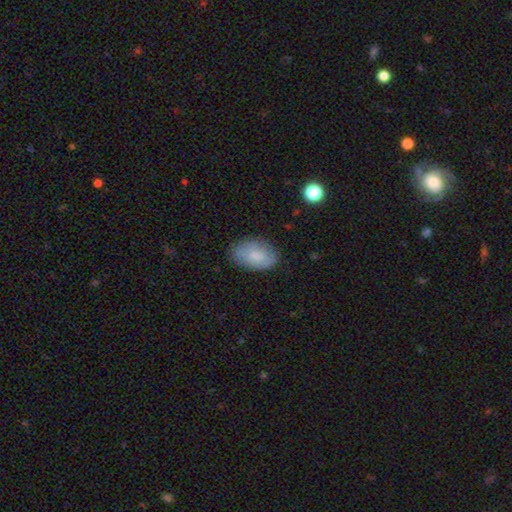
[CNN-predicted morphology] smooth-or-featured: smooth: 77% | featured or disk: 16% | star or artifact: 7%
  how-rounded: in between: 91% | round: 7% | cigar-shaped: 1%
  merging: none: 80% | minor disturbance: 16% | major disturbance: 3% | merger: 1%